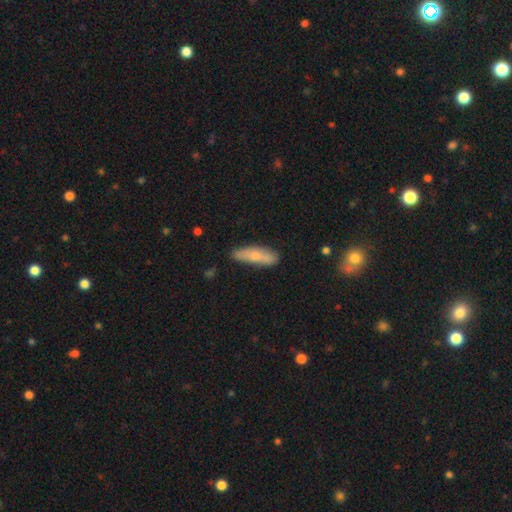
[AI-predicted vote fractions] A smooth galaxy with no disk features (64%) that is cigar-shaped (55%). Merging: none (70%).